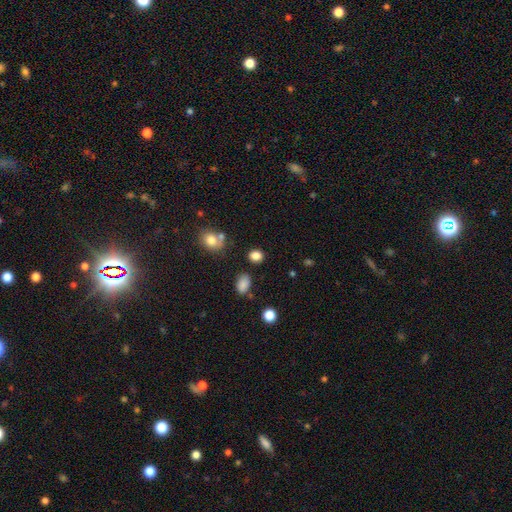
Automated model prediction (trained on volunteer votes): Smooth or featured? Predicted: smooth (p=0.83). How rounded? Predicted: round (p=0.62). Merging? Predicted: none (p=0.80).